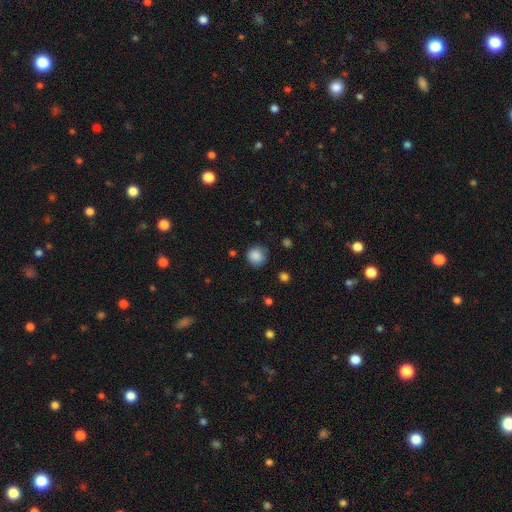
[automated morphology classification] smooth-or-featured: smooth: 86% | star or artifact: 9% | featured or disk: 5%
  how-rounded: round: 90% | in between: 9% | cigar-shaped: 1%
  merging: none: 76% | minor disturbance: 18% | major disturbance: 4% | merger: 2%